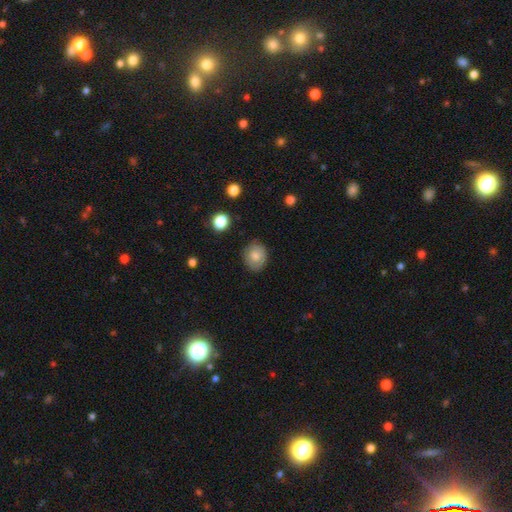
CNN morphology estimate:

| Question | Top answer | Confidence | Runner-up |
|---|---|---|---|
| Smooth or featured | smooth | 77% | featured or disk (15%) |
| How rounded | round | 66% | in between (34%) |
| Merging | none | 83% | minor disturbance (13%) |